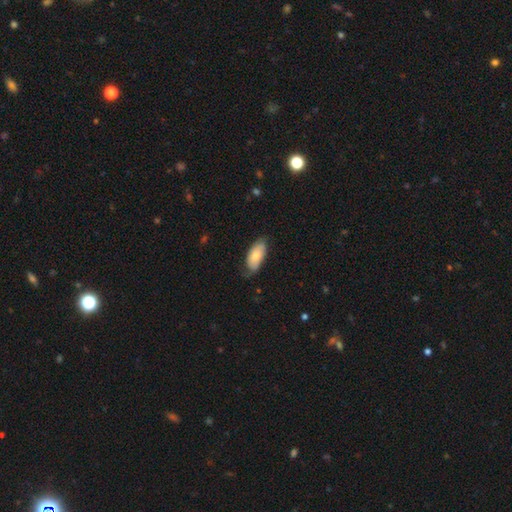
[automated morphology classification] Q: Smooth or featured?
A: smooth (72%); runner-up: featured or disk (23%)
Q: How rounded?
A: in between (91%); runner-up: cigar-shaped (7%)
Q: Merging?
A: none (62%); runner-up: minor disturbance (29%)